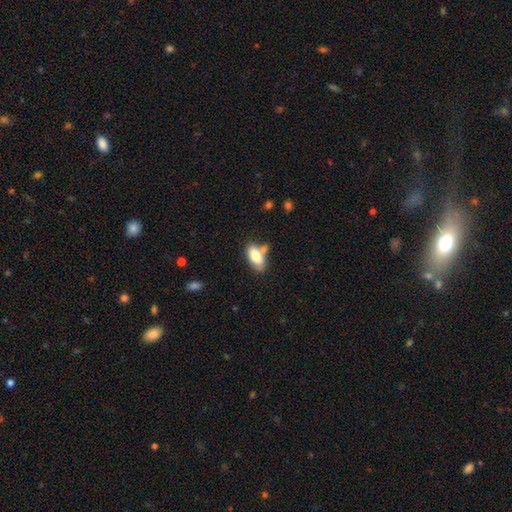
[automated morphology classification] smooth-or-featured: smooth: 81% | featured or disk: 12% | star or artifact: 7%
  how-rounded: in between: 88% | cigar-shaped: 9% | round: 3%
  merging: none: 49% | merger: 23% | minor disturbance: 21% | major disturbance: 7%